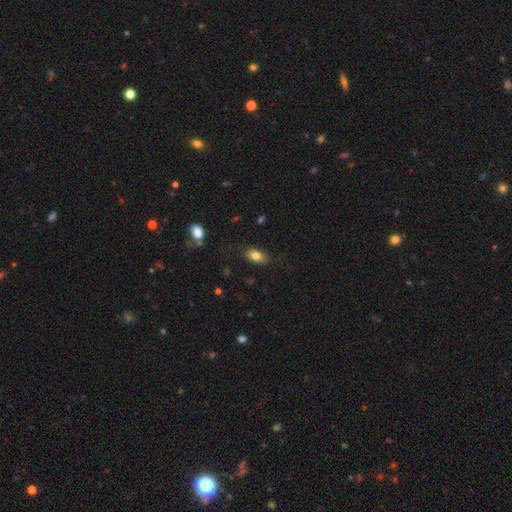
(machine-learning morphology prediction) A smooth galaxy with no disk features (81%) that is in between round and cigar-shaped (87%). Merging: none (81%).